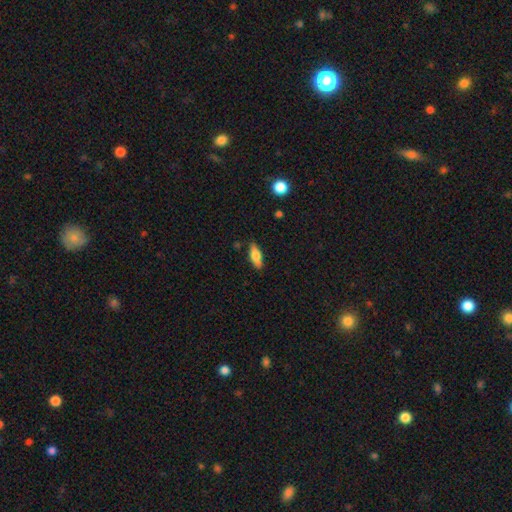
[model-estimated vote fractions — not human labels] Q: Smooth or featured?
A: smooth (69%); runner-up: featured or disk (24%)
Q: How rounded?
A: in between (64%); runner-up: cigar-shaped (33%)
Q: Merging?
A: none (84%); runner-up: minor disturbance (12%)